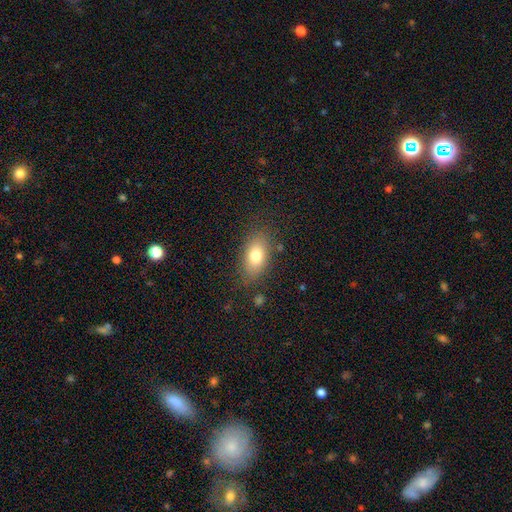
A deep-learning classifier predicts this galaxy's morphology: Smooth or featured? Predicted: smooth (p=0.79). How rounded? Predicted: in between (p=0.88). Merging? Predicted: none (p=0.81).